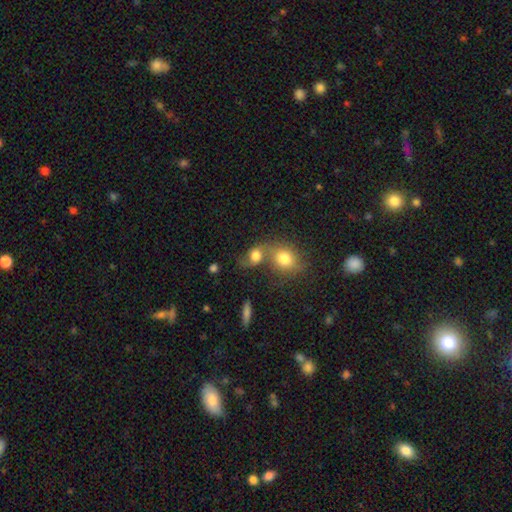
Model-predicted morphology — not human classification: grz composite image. It shows a smooth galaxy with no disk features (69%) that is round (54%). Merging: merger (56%).